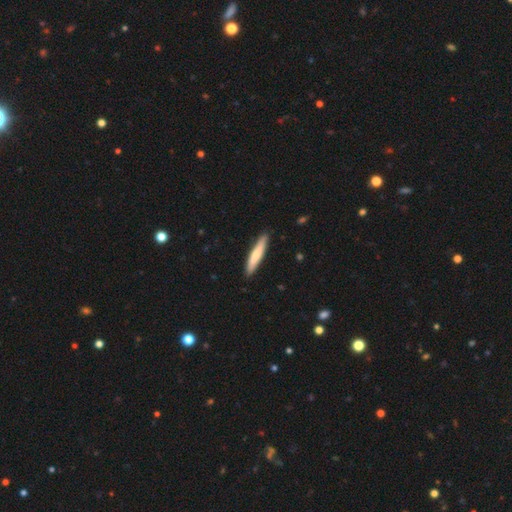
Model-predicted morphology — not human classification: A smooth galaxy with no disk features (67%) that is cigar-shaped (91%). Merging: none (90%).